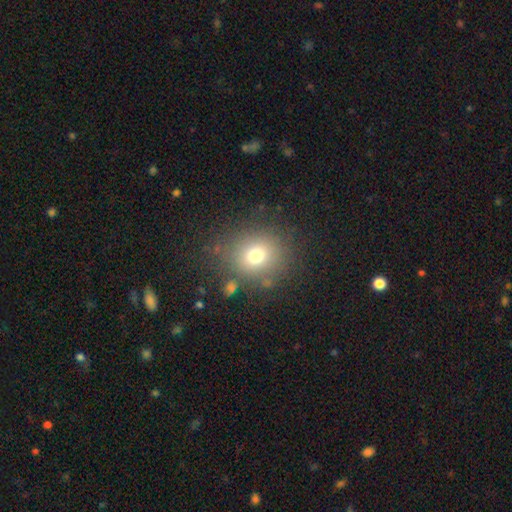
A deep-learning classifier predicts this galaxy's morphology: Smooth or featured: smooth — 72% (star or artifact — 16%)
How rounded: round — 81% (in between — 18%)
Merging: none — 79% (minor disturbance — 11%)